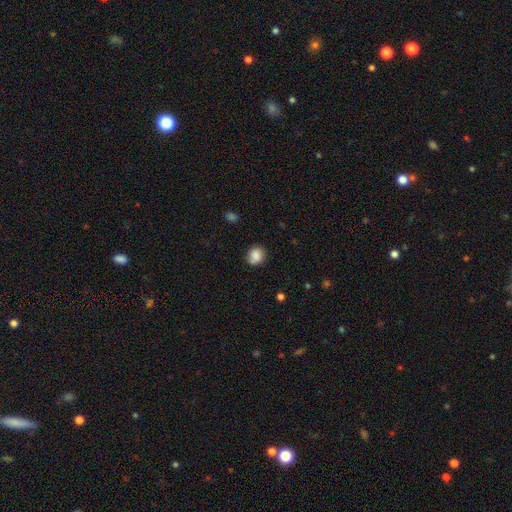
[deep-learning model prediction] The model was most divided on "merging": none: 74%, minor disturbance: 17%, merger: 6%, major disturbance: 4%. More confident: smooth or featured — smooth (85%); how rounded — round (81%).